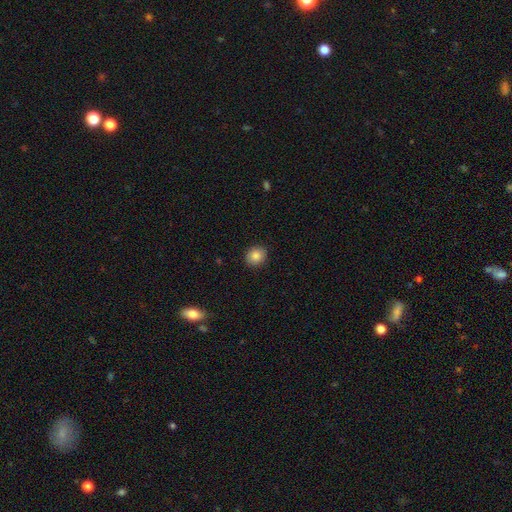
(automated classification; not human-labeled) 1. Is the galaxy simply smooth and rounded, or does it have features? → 84% smooth, 9% star or artifact, 7% featured or disk.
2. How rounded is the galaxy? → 73% round, 26% in between, 1% cigar-shaped.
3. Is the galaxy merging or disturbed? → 90% none, 7% minor disturbance, 2% major disturbance, 1% merger.